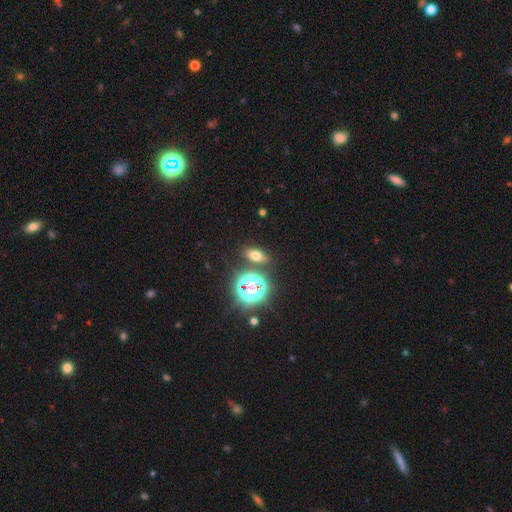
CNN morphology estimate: A smooth galaxy with no disk features (53%) that is in between round and cigar-shaped (75%). Merging: none (84%).